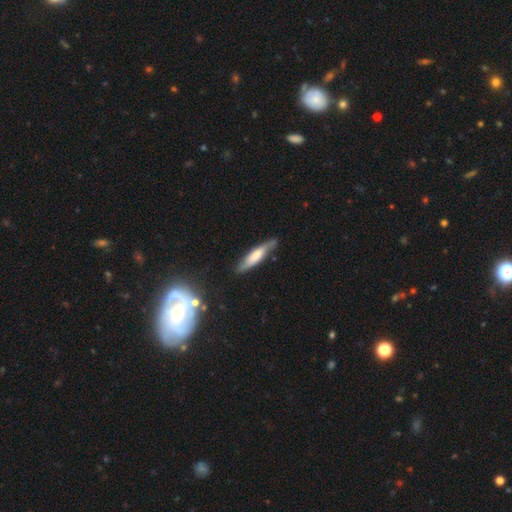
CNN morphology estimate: This appears to be a smooth galaxy with no disk features (54%) that is cigar-shaped (81%). Merging: none (73%).